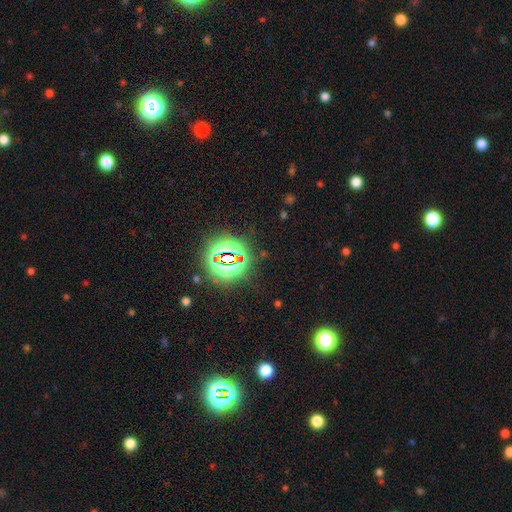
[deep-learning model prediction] Smooth or featured: star or artifact — 80% (smooth — 13%)